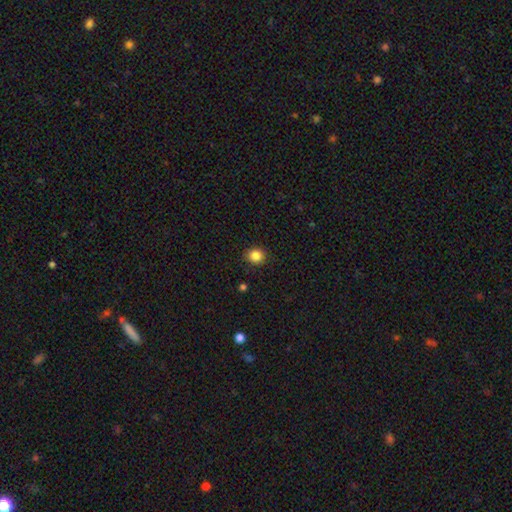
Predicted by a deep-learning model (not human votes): Smooth or featured? smooth (86%)
How rounded? round (82%)
Merging? none (89%)